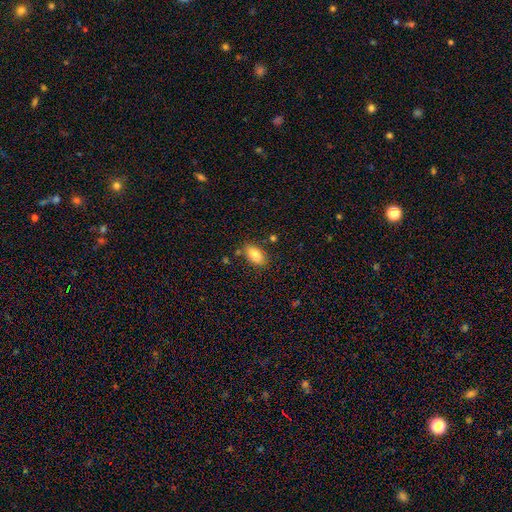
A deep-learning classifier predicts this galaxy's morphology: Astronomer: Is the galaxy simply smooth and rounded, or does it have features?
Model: smooth — 85%.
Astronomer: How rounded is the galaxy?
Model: in between — 91%.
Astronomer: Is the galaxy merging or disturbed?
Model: none — 80%.